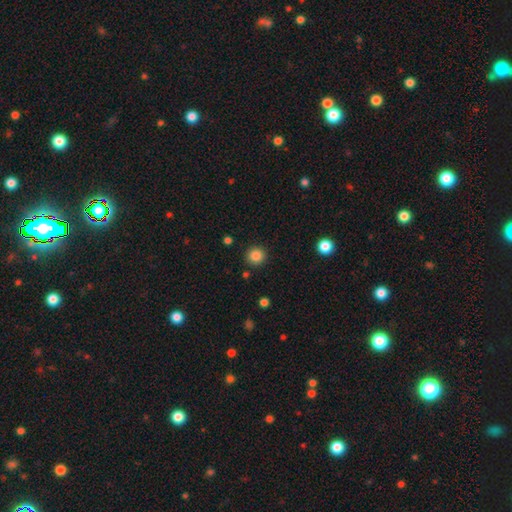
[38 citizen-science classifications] Smooth or featured? 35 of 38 (92%) said smooth. How rounded? 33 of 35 (94%) said round. Merging? 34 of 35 (97%) said none.